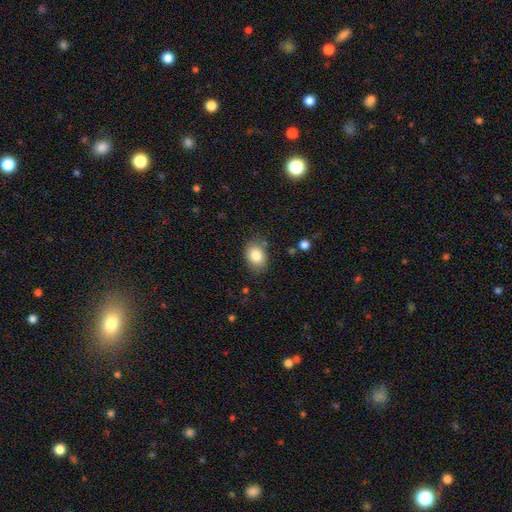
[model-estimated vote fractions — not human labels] This appears to be a smooth galaxy with no disk features (83%) that is in between round and cigar-shaped (71%). Merging: none (80%).